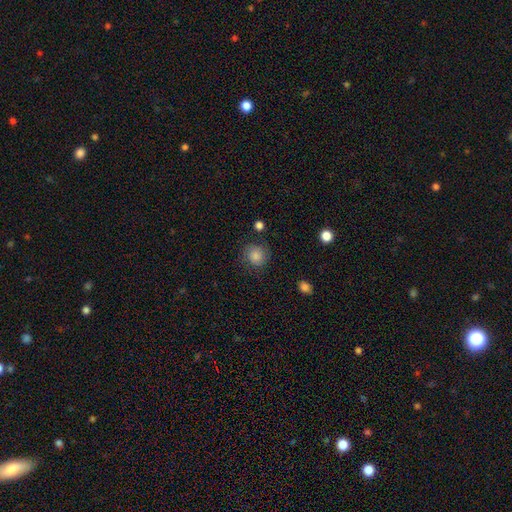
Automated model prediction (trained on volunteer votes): Morphology: type=smooth (81%); roundness=round (89%); merging=none (78%).